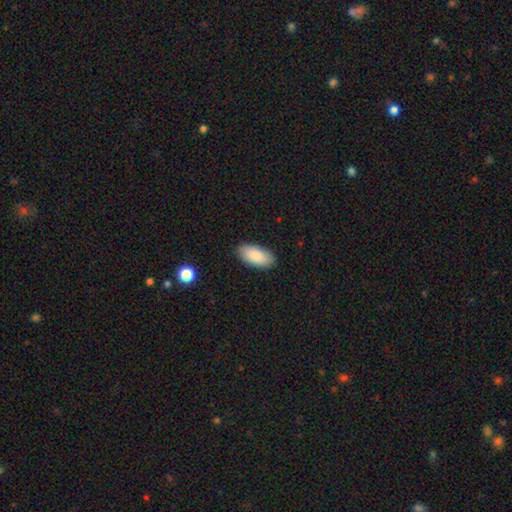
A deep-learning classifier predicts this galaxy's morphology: Q: Smooth or featured?
A: smooth (87%); runner-up: featured or disk (7%)
Q: How rounded?
A: in between (93%); runner-up: cigar-shaped (5%)
Q: Merging?
A: none (88%); runner-up: minor disturbance (9%)